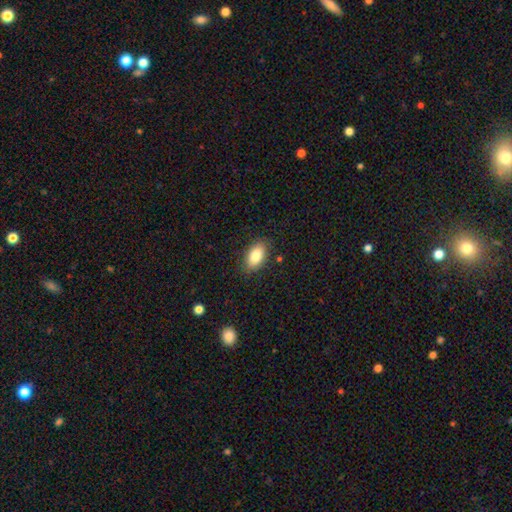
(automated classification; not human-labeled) A smooth galaxy with no disk features (83%) that is in between round and cigar-shaped (92%). Merging: none (84%).